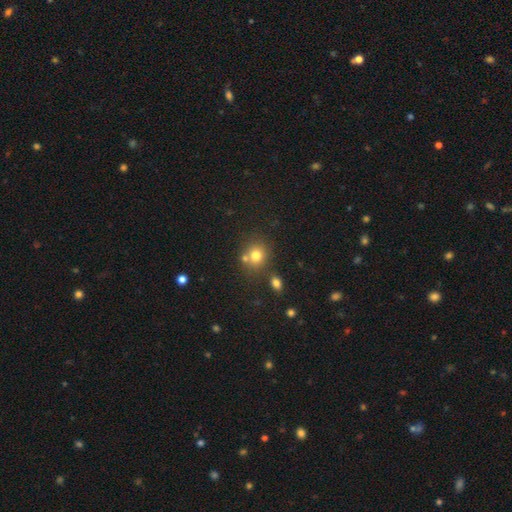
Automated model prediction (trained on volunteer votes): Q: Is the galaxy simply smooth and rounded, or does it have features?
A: smooth — 77%.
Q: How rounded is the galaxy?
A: round — 79%.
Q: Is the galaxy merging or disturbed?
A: none — 65%.